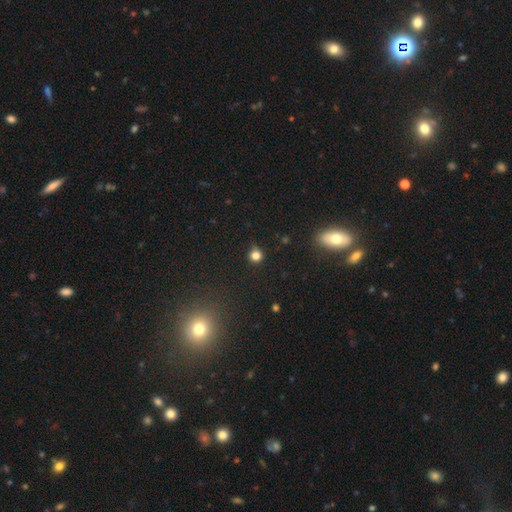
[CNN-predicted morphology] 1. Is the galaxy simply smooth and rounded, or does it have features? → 79% smooth, 16% star or artifact, 5% featured or disk.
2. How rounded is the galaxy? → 91% round, 8% in between, 1% cigar-shaped.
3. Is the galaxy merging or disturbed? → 77% none, 16% minor disturbance, 4% major disturbance, 2% merger.